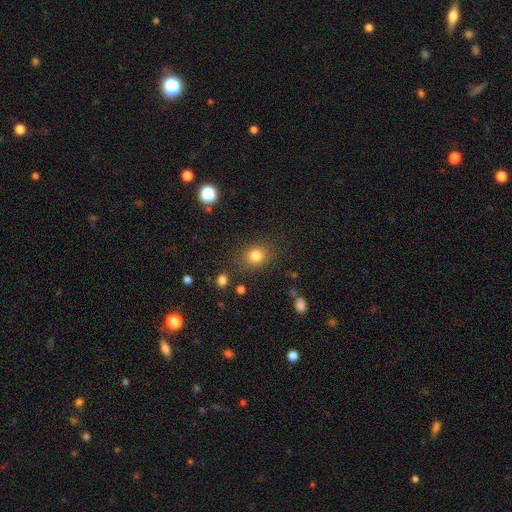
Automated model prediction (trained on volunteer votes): A smooth galaxy with no disk features (82%) that is round (57%).

Vote fractions:
- Smooth or featured? smooth: 82% / star or artifact: 12% / featured or disk: 7%
- How rounded? round: 57% / in between: 42% / cigar-shaped: 1%
- Merging? none: 81% / minor disturbance: 12% / major disturbance: 4% / merger: 2%